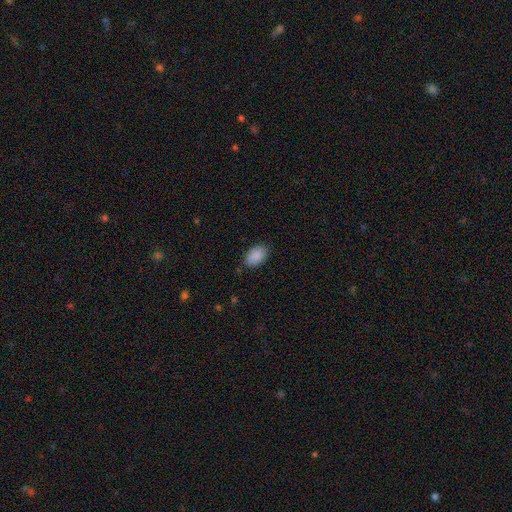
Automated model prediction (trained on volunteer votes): Smooth or featured? smooth (90%)
How rounded? in between (92%)
Merging? none (84%)